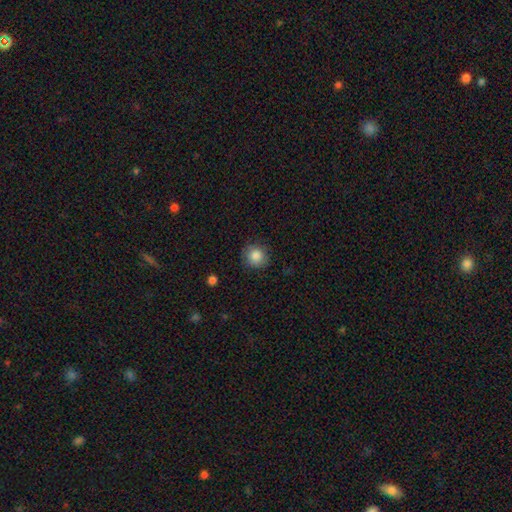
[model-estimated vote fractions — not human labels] Morphology: type=smooth (84%); roundness=round (89%); merging=none (85%).